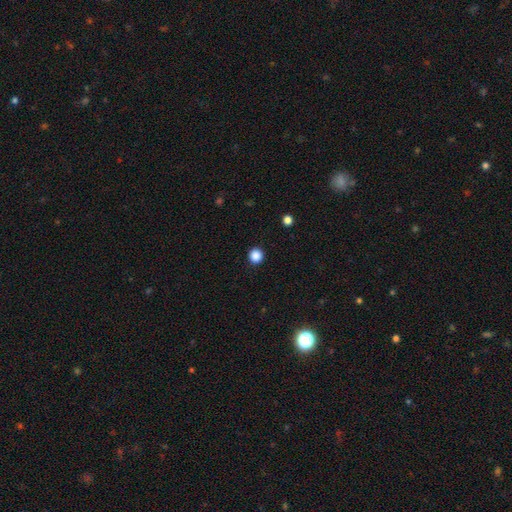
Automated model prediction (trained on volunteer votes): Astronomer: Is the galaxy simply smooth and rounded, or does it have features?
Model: smooth — 87%.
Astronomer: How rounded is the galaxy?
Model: round — 94%.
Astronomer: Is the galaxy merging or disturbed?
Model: none — 93%.